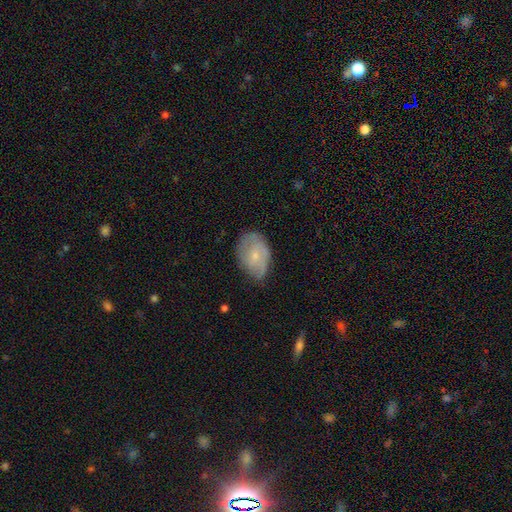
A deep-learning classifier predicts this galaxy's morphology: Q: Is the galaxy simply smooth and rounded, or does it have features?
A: featured or disk — 49%.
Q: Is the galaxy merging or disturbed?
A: none — 58%.